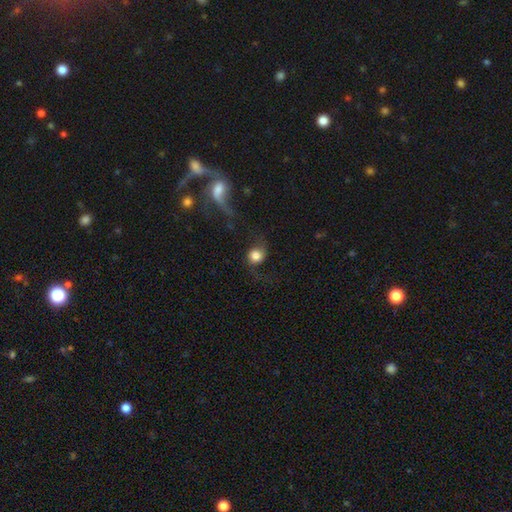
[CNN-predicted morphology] The model was most divided on "merging": none: 52%, major disturbance: 22%, minor disturbance: 18%, merger: 8%. More confident: how rounded — round (84%); smooth or featured — smooth (60%).